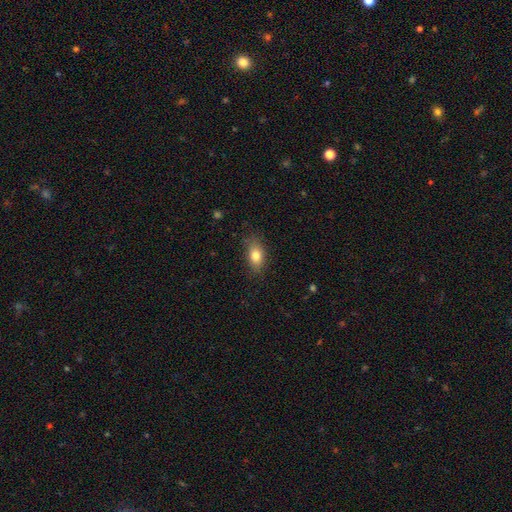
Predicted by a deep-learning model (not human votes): This appears to be a smooth galaxy with no disk features (80%) that is in between round and cigar-shaped (84%). Merging: none (81%).